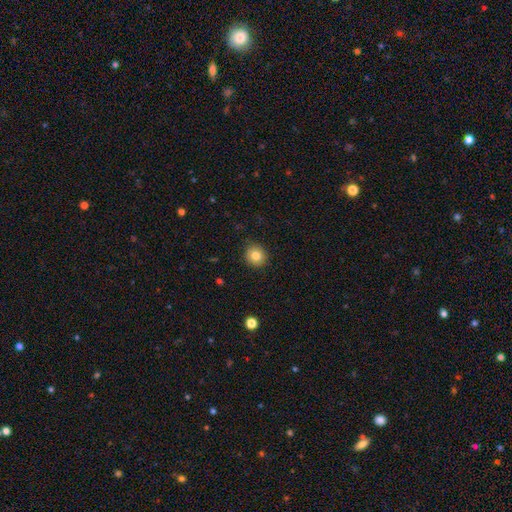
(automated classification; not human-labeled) smooth-or-featured: smooth: 82% | star or artifact: 10% | featured or disk: 8%
  how-rounded: round: 88% | in between: 11% | cigar-shaped: 1%
  merging: none: 89% | minor disturbance: 8% | major disturbance: 2% | merger: 1%